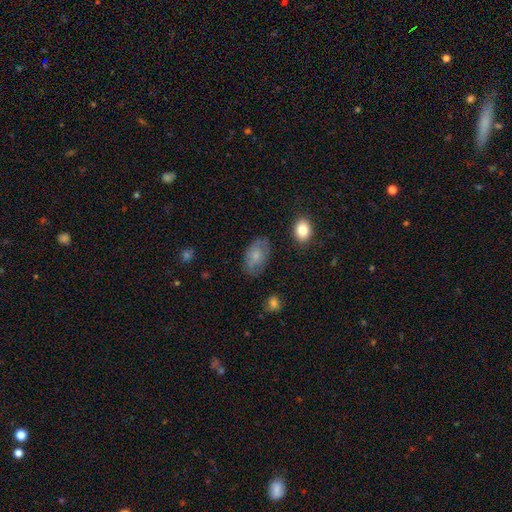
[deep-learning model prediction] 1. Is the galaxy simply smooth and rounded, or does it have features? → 66% smooth, 26% featured or disk, 8% star or artifact.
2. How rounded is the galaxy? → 90% in between, 8% round, 2% cigar-shaped.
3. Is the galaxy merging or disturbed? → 72% none, 20% minor disturbance, 6% major disturbance, 2% merger.